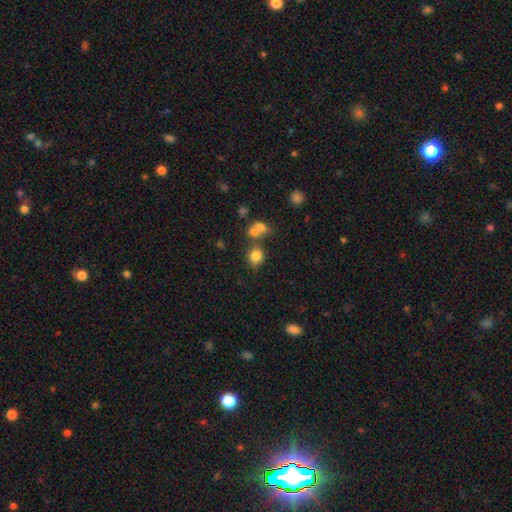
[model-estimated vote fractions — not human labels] Overall: smooth (81%). How rounded: round (75%). Merging: none (64%).